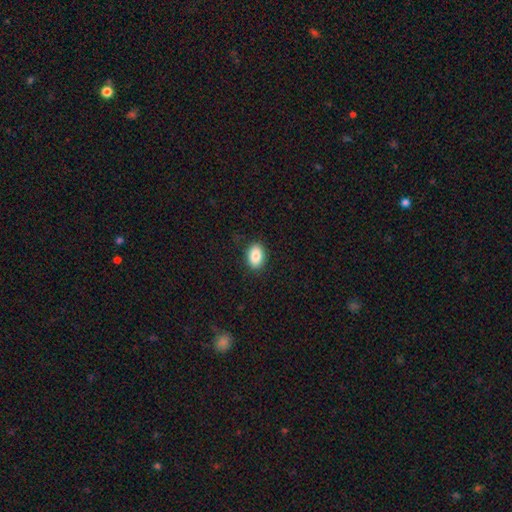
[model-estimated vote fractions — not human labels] Morphology: type=smooth (87%); roundness=in between (84%); merging=none (88%).